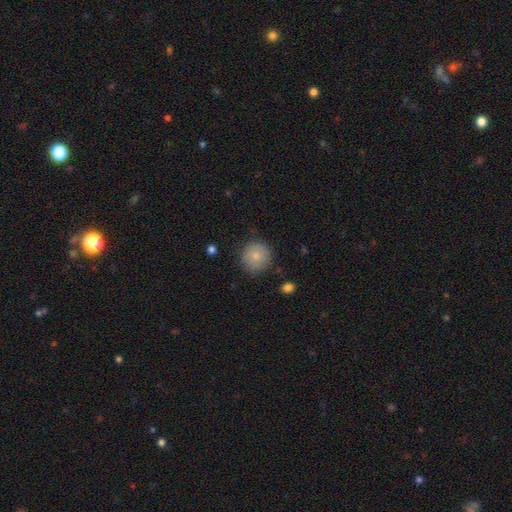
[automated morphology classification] Q: Smooth or featured?
A: smooth (81%); runner-up: featured or disk (11%)
Q: How rounded?
A: round (93%); runner-up: in between (6%)
Q: Merging?
A: none (84%); runner-up: minor disturbance (12%)